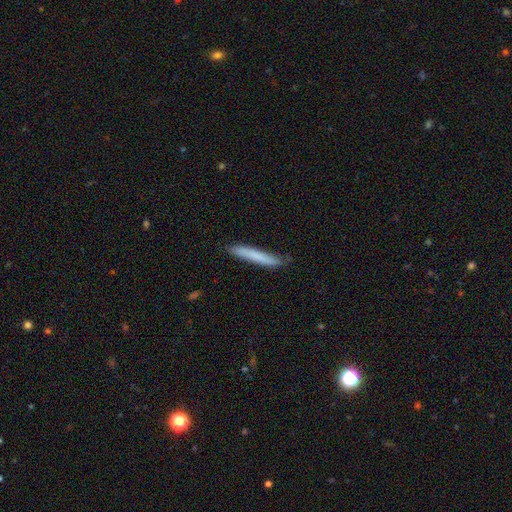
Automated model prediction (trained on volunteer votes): Smooth or featured?
  - smooth: 74% *
  - featured or disk: 20%
  - star or artifact: 6%
How rounded?
  - cigar-shaped: 96% *
  - in between: 3%
  - round: 1%
Merging?
  - none: 81% *
  - minor disturbance: 15%
  - major disturbance: 2%
  - merger: 1%